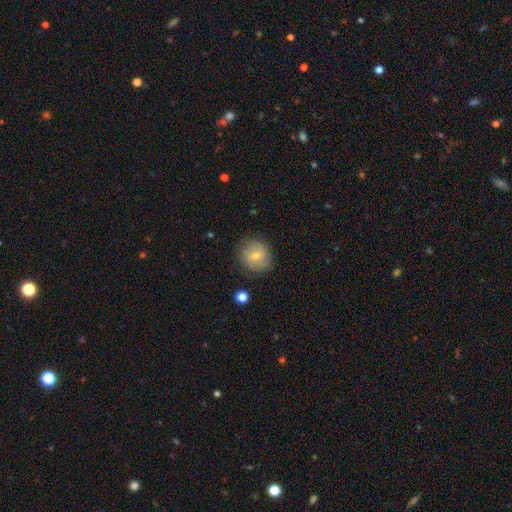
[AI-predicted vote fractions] The model was most divided on "smooth or featured": smooth: 59%, featured or disk: 30%, star or artifact: 11%. More confident: how rounded — round (89%); merging — none (85%).